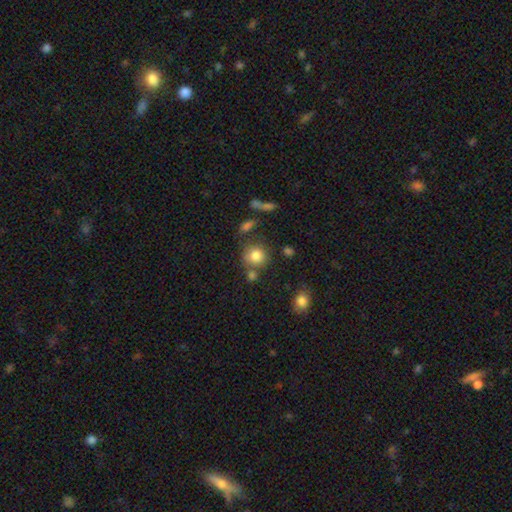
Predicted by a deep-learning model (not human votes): Overall: smooth (81%). How rounded: round (86%). Merging: none (65%).